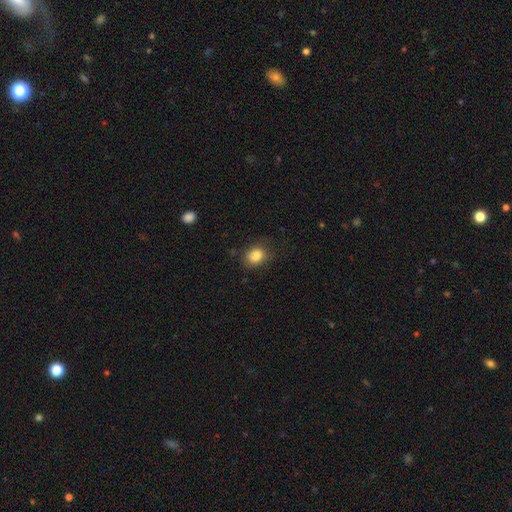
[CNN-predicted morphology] Smooth or featured: smooth — 84% (star or artifact — 10%)
How rounded: round — 51% (in between — 48%)
Merging: none — 77% (minor disturbance — 17%)